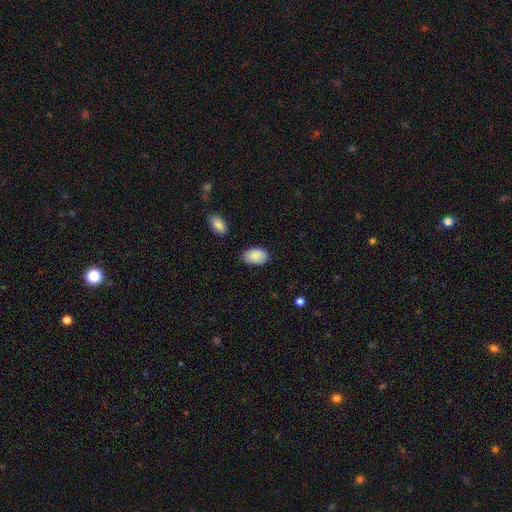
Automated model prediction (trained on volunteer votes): This appears to be a smooth galaxy with no disk features (89%) that is in between round and cigar-shaped (91%). Merging: none (78%).